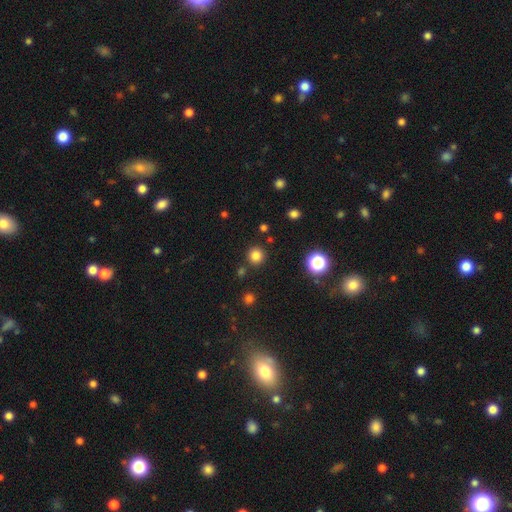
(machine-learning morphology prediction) Smooth or featured? smooth (80%)
How rounded? round (95%)
Merging? none (88%)